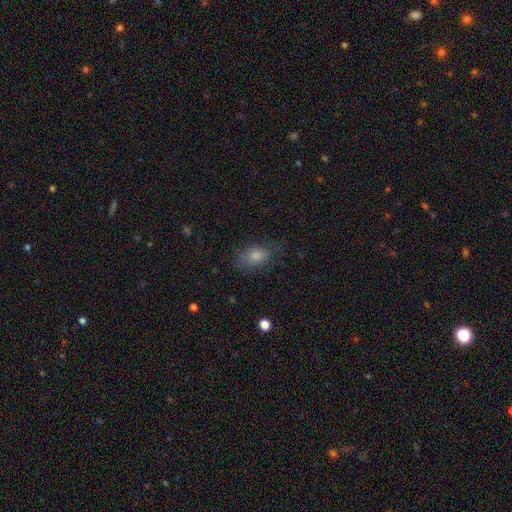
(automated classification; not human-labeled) The model was most divided on "smooth or featured": smooth: 65%, featured or disk: 20%, star or artifact: 15%. More confident: how rounded — in between (84%); merging — none (69%).